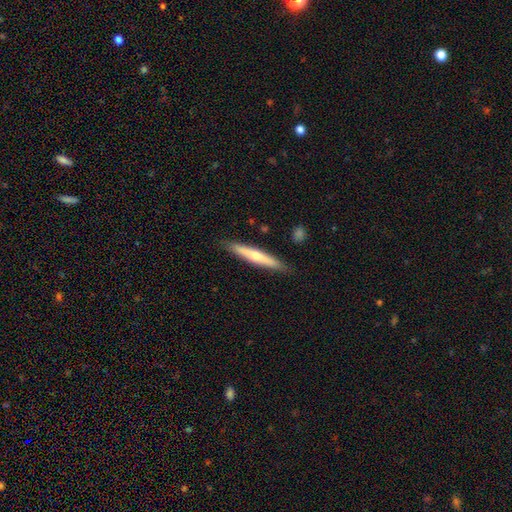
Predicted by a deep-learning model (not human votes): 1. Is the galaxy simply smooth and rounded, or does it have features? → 49% featured or disk, 46% smooth, 6% star or artifact.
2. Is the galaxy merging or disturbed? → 88% none, 9% minor disturbance, 2% major disturbance, 1% merger.